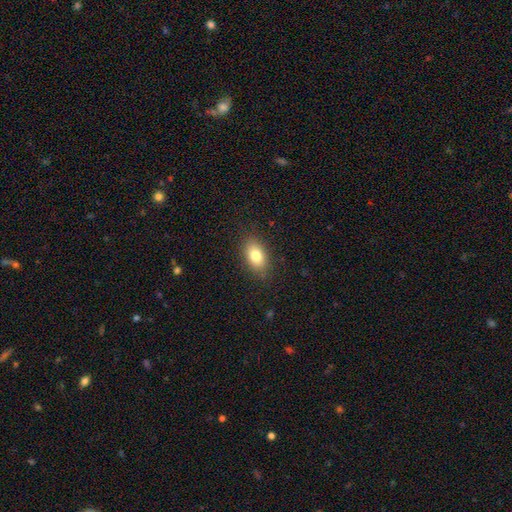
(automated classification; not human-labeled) Smooth or featured: smooth — 80% (featured or disk — 11%)
How rounded: in between — 87% (round — 11%)
Merging: none — 86% (minor disturbance — 10%)